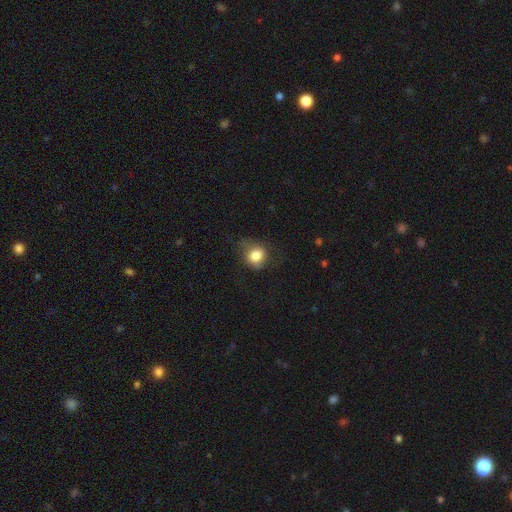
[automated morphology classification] Smooth or featured? Predicted: smooth (p=0.81). How rounded? Predicted: round (p=0.71). Merging? Predicted: none (p=0.59).